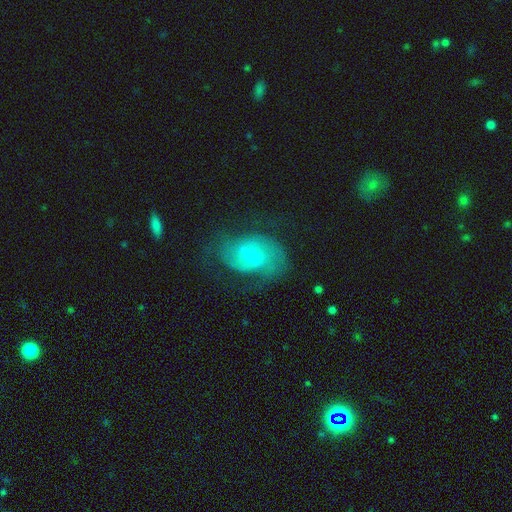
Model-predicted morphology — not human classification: Smooth or featured? featured or disk (72%)
Edge-on disk? no (97%)
Bar? no (52%)
Spiral arms? yes (93%)
Spiral winding? medium (47%)
Spiral arm count? 2 (72%)
Bulge size? small (55%)
Merging? none (66%)